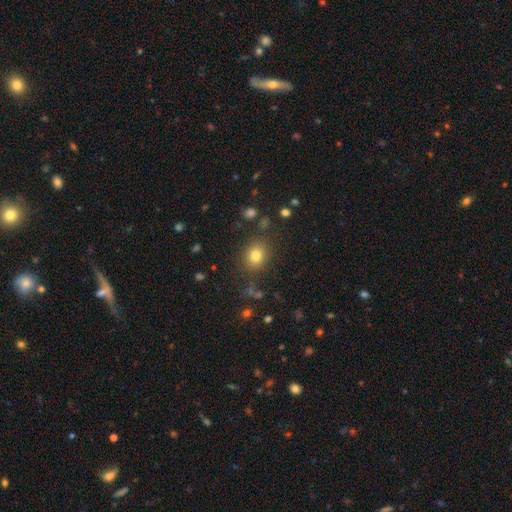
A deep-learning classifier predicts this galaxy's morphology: smooth 79%, star or artifact 14%, featured or disk 8%. Down the decision tree: how rounded — round (60%); merging — none (83%).